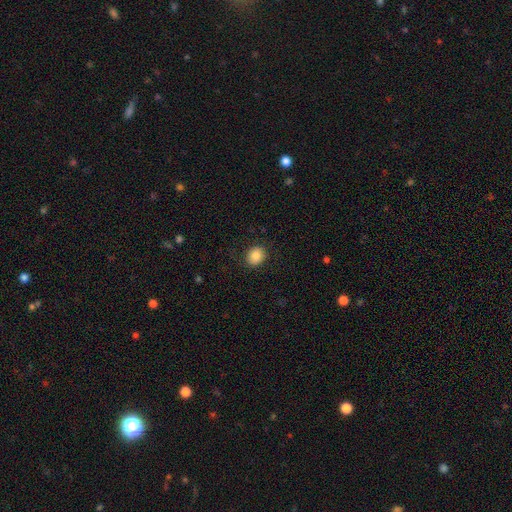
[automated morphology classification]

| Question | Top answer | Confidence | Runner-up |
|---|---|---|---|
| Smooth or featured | smooth | 83% | star or artifact (9%) |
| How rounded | round | 70% | in between (29%) |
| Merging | none | 86% | minor disturbance (10%) |